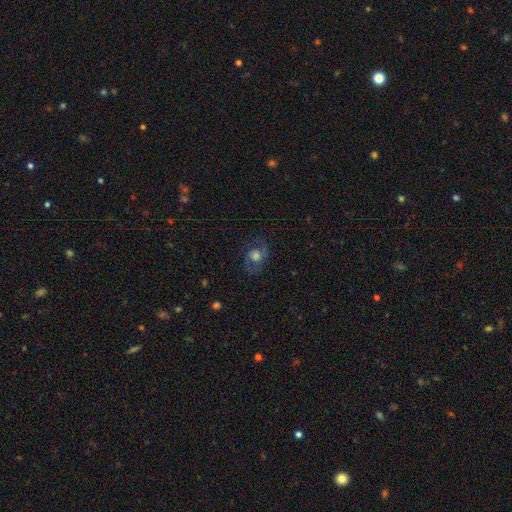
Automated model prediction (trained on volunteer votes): Smooth or featured: featured or disk — 58% (smooth — 30%)
Edge-on disk: no — 96% (yes — 4%)
Bar: no — 66% (weak — 29%)
Spiral arms: yes — 85% (no — 15%)
Bulge size: moderate — 40% (large — 39%)
Merging: none — 73% (minor disturbance — 15%)